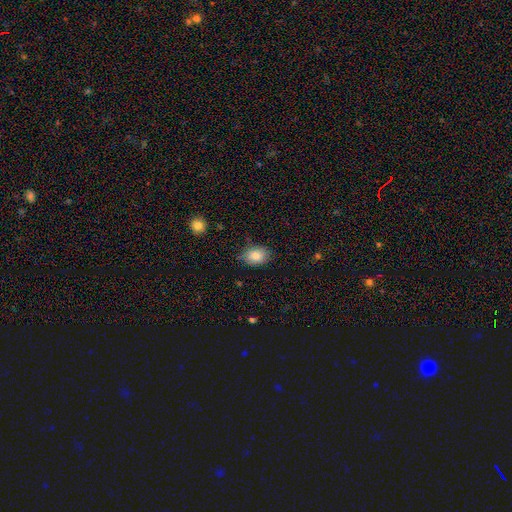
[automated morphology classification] This is clearly a smooth galaxy (82%). How rounded: likely in between (77%). Merging: likely none (78%).